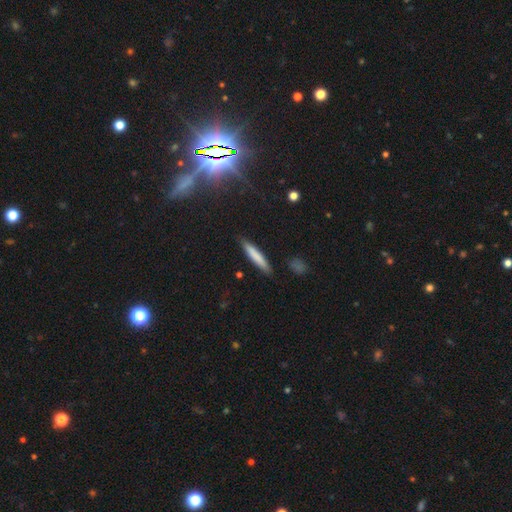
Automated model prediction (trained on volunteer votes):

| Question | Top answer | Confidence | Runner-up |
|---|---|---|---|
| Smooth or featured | smooth | 77% | featured or disk (17%) |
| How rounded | cigar-shaped | 92% | in between (7%) |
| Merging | none | 88% | minor disturbance (8%) |